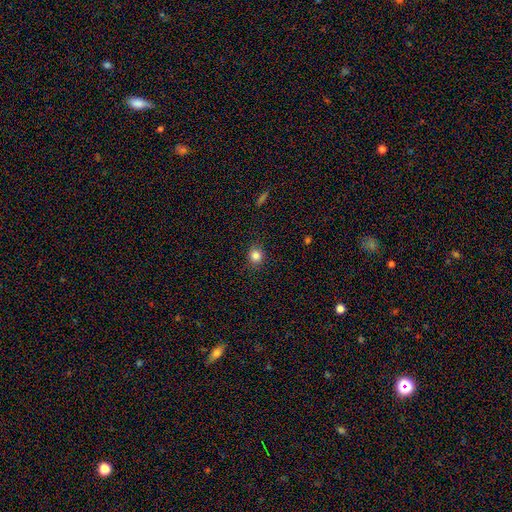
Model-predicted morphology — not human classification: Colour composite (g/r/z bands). It shows a smooth galaxy with no disk features (83%) that is round (85%). Merging: none (88%).